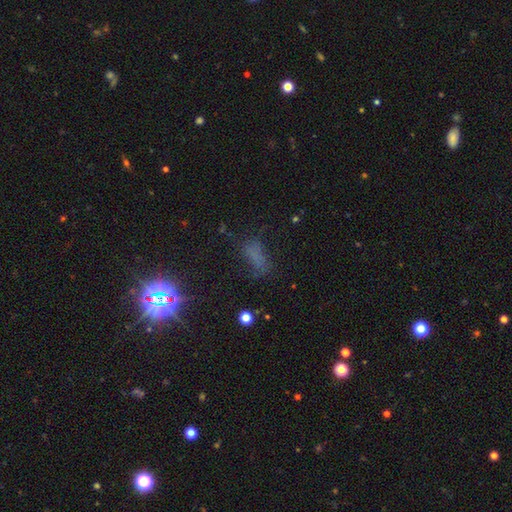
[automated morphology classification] smooth-or-featured: smooth: 47% | star or artifact: 38% | featured or disk: 16%
  merging: none: 55% | minor disturbance: 22% | major disturbance: 19% | merger: 4%